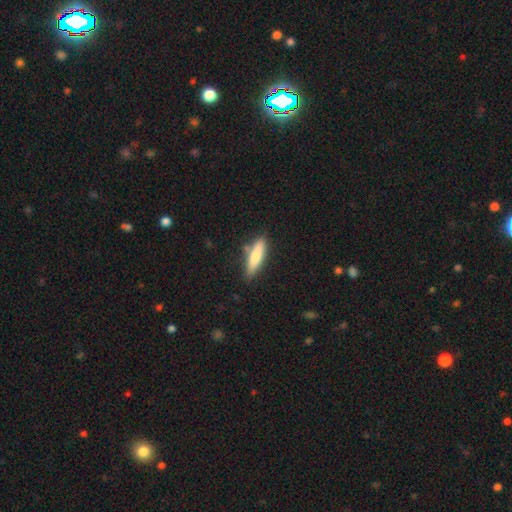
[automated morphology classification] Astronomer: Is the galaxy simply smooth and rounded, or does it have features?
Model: smooth — 76%.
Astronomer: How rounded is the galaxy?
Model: cigar-shaped — 72%.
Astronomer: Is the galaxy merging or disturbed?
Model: none — 79%.